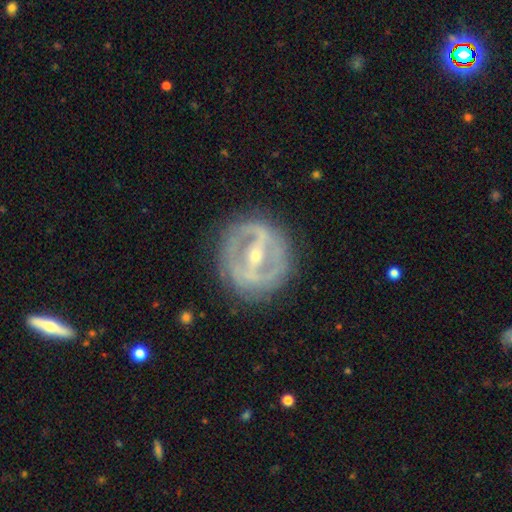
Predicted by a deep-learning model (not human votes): A featured or disk galaxy (84%) with a strong bar (70%), spiral arms (60%) and a small central bulge (54%).

Vote fractions:
- Smooth or featured? featured or disk: 84% / smooth: 10% / star or artifact: 6%
- Edge-on disk? no: 93% / yes: 7%
- Bar? strong: 70% / weak: 22% / no: 8%
- Spiral arms? yes: 60% / no: 40%
- Bulge size? small: 54% / moderate: 42% / large: 2% / none: 1% / dominant: 1%
- Merging? none: 79% / minor disturbance: 13% / major disturbance: 7% / merger: 1%